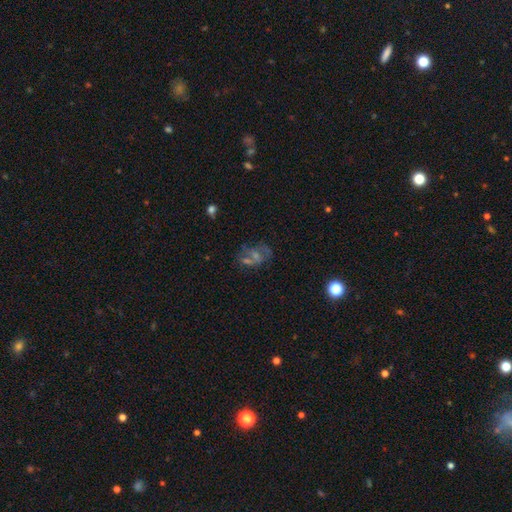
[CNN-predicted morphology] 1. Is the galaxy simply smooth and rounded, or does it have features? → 54% featured or disk, 24% star or artifact, 23% smooth.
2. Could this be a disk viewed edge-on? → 96% no, 4% yes.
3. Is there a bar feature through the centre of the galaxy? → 60% no, 31% weak, 9% strong.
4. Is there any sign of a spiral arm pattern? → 58% yes, 42% no.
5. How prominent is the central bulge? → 47% small, 28% moderate, 20% none, 3% large, 2% dominant.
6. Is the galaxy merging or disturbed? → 56% none, 17% minor disturbance, 15% major disturbance, 13% merger.